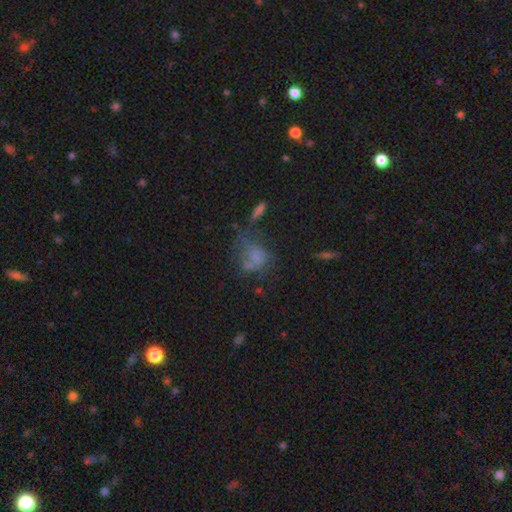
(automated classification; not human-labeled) smooth 54%, featured or disk 27%, star or artifact 19%. Down the decision tree: how rounded — in between (60%); merging — major disturbance (32%, tied with none).